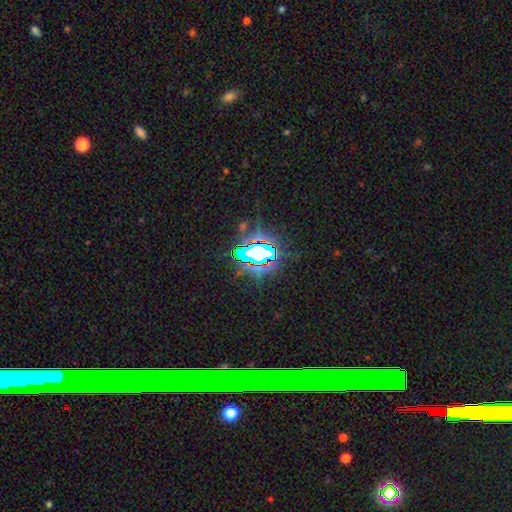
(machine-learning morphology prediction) Q: Smooth or featured?
A: star or artifact (74%); runner-up: smooth (13%)